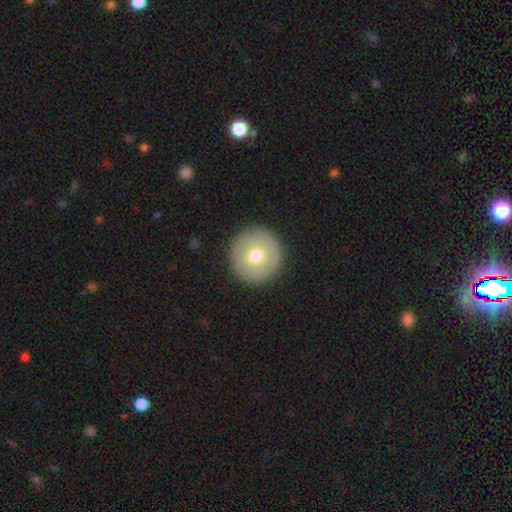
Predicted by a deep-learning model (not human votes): Morphology: type=smooth (61%); roundness=round (94%); merging=none (90%).